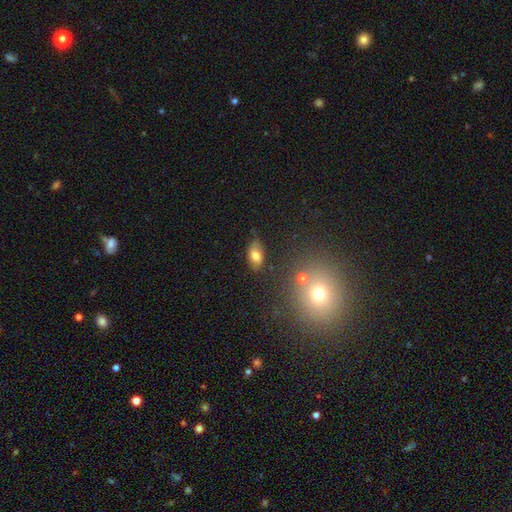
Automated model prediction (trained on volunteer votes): Q: Smooth or featured?
A: smooth (76%); runner-up: featured or disk (14%)
Q: How rounded?
A: in between (90%); runner-up: round (7%)
Q: Merging?
A: none (75%); runner-up: minor disturbance (17%)